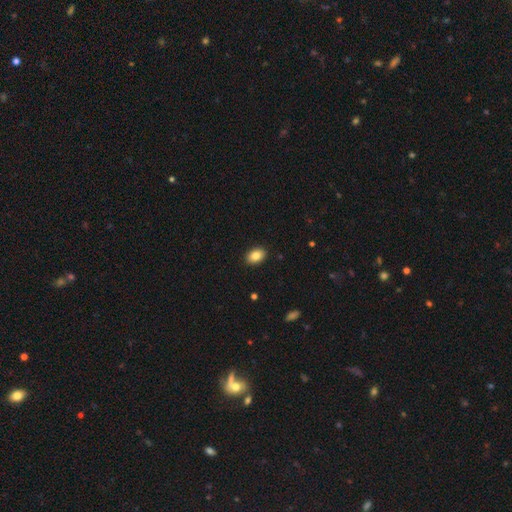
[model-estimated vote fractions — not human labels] smooth-or-featured: smooth: 86% | star or artifact: 8% | featured or disk: 6%
  how-rounded: in between: 84% | round: 15% | cigar-shaped: 1%
  merging: none: 90% | minor disturbance: 7% | major disturbance: 2% | merger: 1%